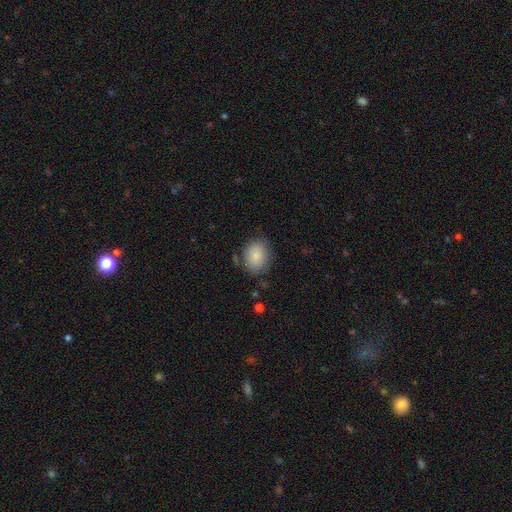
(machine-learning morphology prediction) Q: Smooth or featured?
A: smooth (85%); runner-up: star or artifact (8%)
Q: How rounded?
A: in between (53%); runner-up: round (46%)
Q: Merging?
A: none (77%); runner-up: minor disturbance (16%)